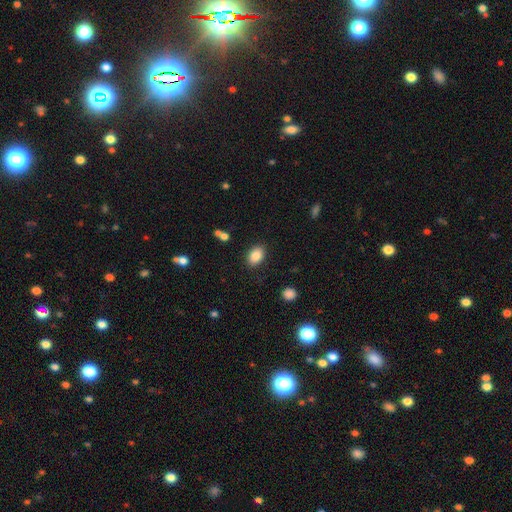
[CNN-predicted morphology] type=smooth (86%); roundness=in between (83%); merging=none (86%).